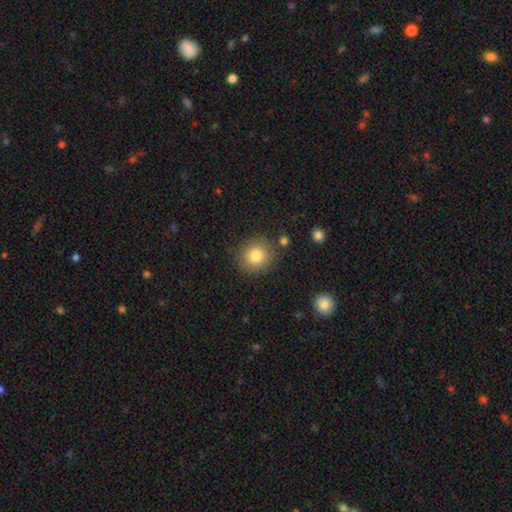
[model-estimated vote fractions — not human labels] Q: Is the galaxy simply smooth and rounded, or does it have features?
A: smooth — 83%.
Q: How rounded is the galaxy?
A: round — 87%.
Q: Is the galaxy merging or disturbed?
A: none — 85%.